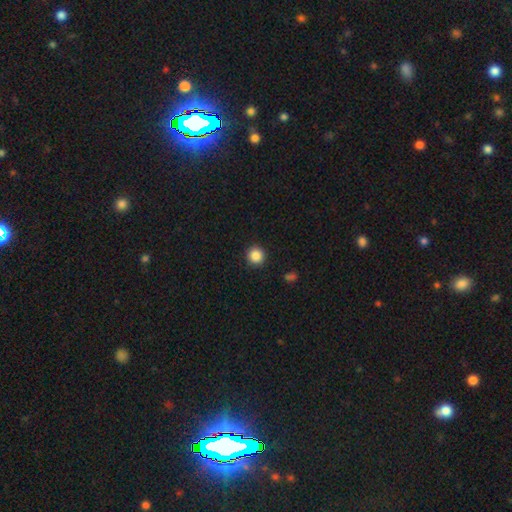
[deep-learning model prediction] smooth_or_featured: smooth (p=0.87) [alt: star or artifact p=0.10]
how_rounded: round (p=0.94) [alt: in between p=0.05]
merging: none (p=0.92) [alt: minor disturbance p=0.05]